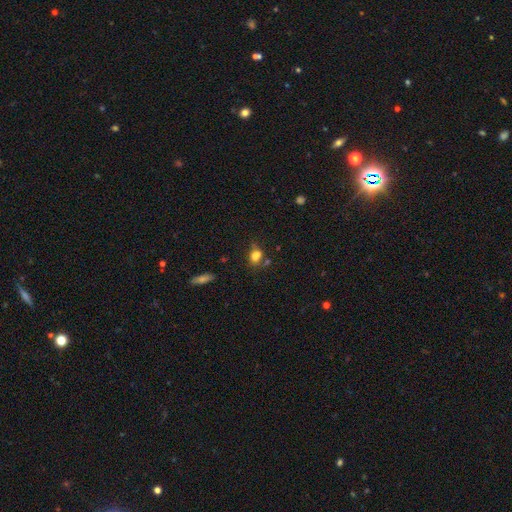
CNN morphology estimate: This appears to be a smooth galaxy with no disk features (74%) that is in between round and cigar-shaped (64%). Merging: none (47%).